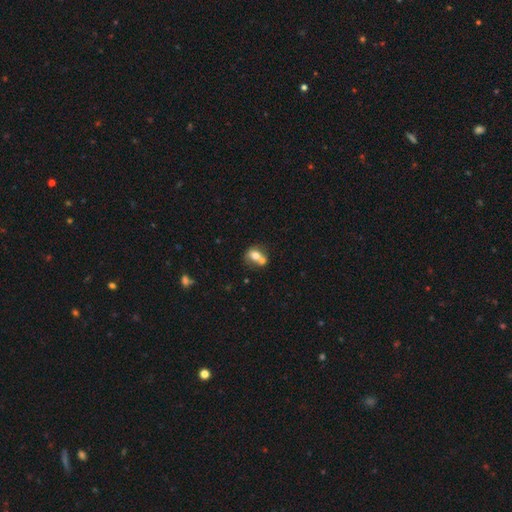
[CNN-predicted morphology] Smooth or featured?
  - smooth: 68% *
  - featured or disk: 22%
  - star or artifact: 9%
How rounded?
  - in between: 54% *
  - round: 44%
  - cigar-shaped: 2%
Merging?
  - merger: 56% *
  - none: 30%
  - minor disturbance: 10%
  - major disturbance: 4%